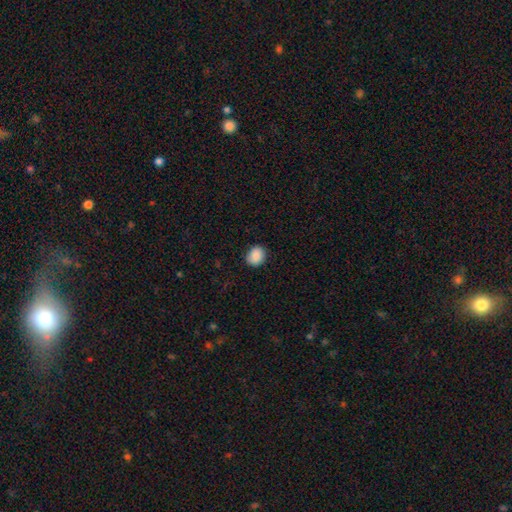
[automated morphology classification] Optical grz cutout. It shows a smooth galaxy with no disk features (88%) that is round (68%). Merging: none (88%).